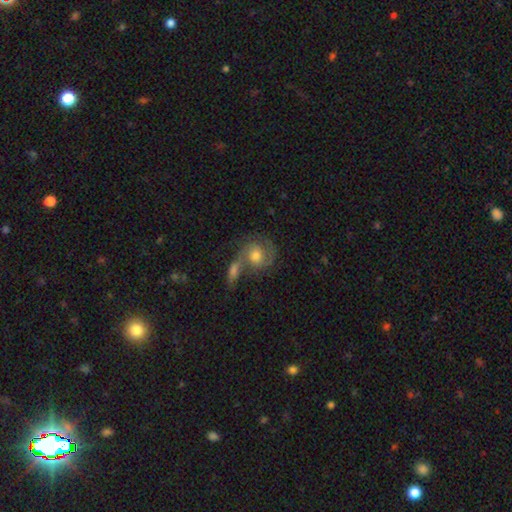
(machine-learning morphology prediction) Smooth or featured: featured or disk — 61% (smooth — 31%)
Edge-on disk: no — 97% (yes — 3%)
Bar: no — 70% (weak — 25%)
Spiral arms: yes — 86% (no — 14%)
Spiral winding: medium — 46% (tight — 33%)
Spiral arm count: 2 — 74% (can't tell — 13%)
Bulge size: moderate — 67% (small — 22%)
Merging: merger — 45% (none — 35%)